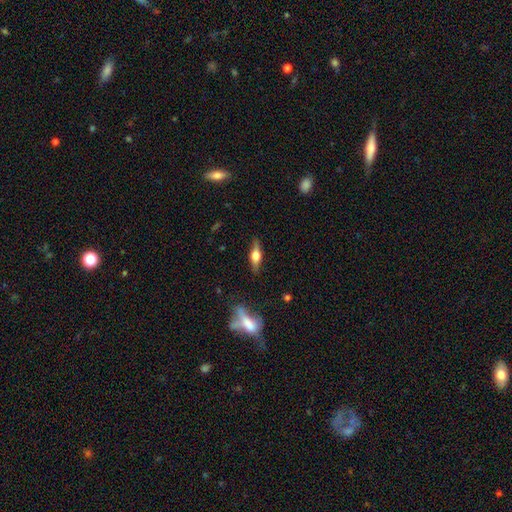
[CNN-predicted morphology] Overall: featured or disk (56%; smooth 37%). Edge-on disk: yes (92%). Edge-on bulge: rounded (90%). Merging: none (82%).